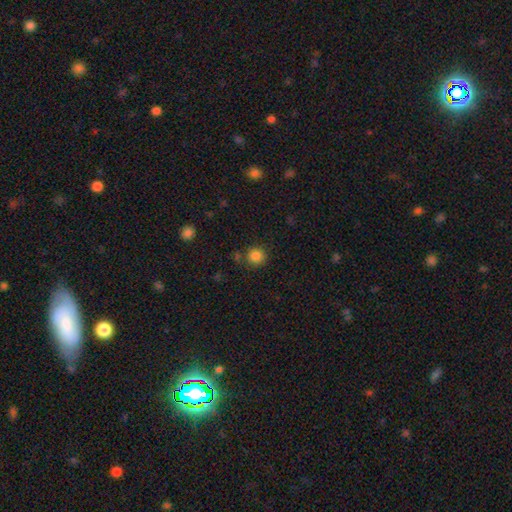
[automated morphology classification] The model was most divided on "smooth or featured": smooth: 84%, star or artifact: 12%, featured or disk: 4%. More confident: how rounded — round (92%); merging — none (81%).